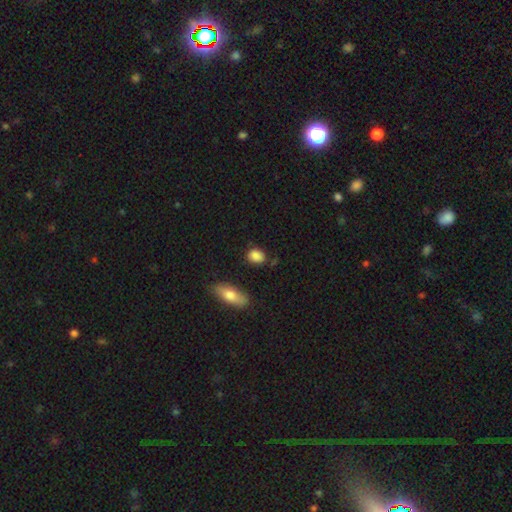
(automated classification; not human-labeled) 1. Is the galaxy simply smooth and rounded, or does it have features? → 86% smooth, 8% star or artifact, 6% featured or disk.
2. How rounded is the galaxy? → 57% in between, 40% round, 3% cigar-shaped.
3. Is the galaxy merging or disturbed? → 74% none, 17% minor disturbance, 5% merger, 4% major disturbance.